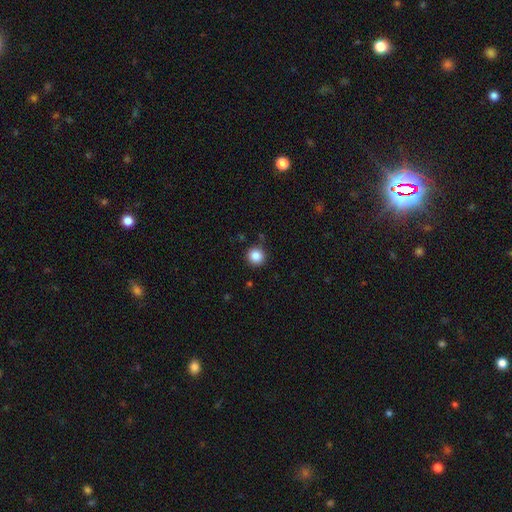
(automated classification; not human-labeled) The model was most divided on "smooth or featured": smooth: 86%, star or artifact: 10%, featured or disk: 4%. More confident: how rounded — round (92%); merging — none (87%).